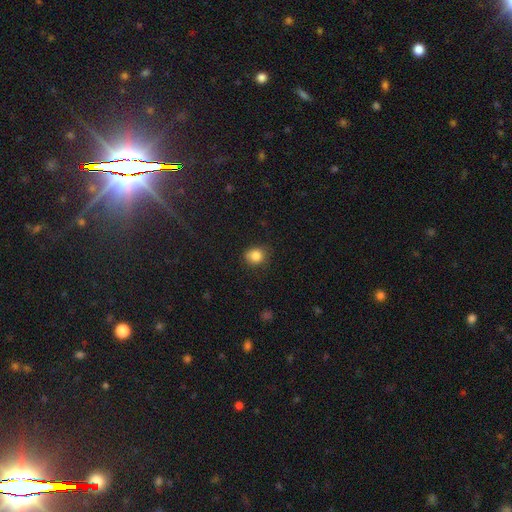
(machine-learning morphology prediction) smooth-or-featured: smooth: 84% | star or artifact: 10% | featured or disk: 5%
  how-rounded: round: 76% | in between: 23% | cigar-shaped: 1%
  merging: none: 76% | minor disturbance: 18% | major disturbance: 4% | merger: 1%